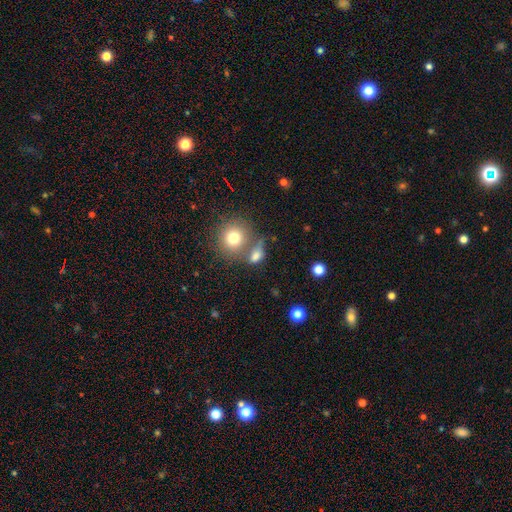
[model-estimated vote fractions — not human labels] Smooth or featured? Predicted: smooth (p=0.74). How rounded? Predicted: in between (p=0.63). Merging? Predicted: none (p=0.44).